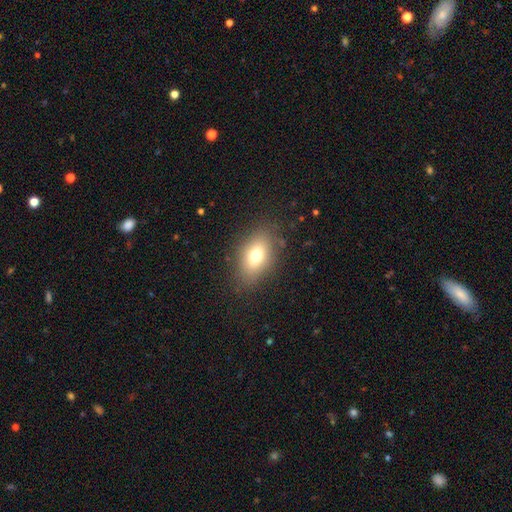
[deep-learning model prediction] A smooth galaxy with no disk features (72%) that is in between round and cigar-shaped (82%). Merging: none (83%).